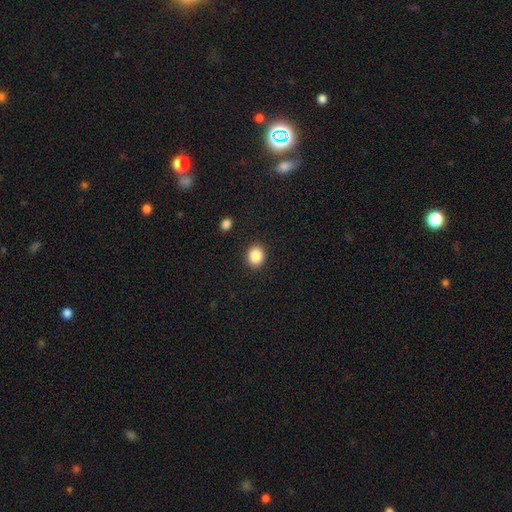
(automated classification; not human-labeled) Morphology: type=smooth (87%); roundness=round (59%); merging=none (90%).